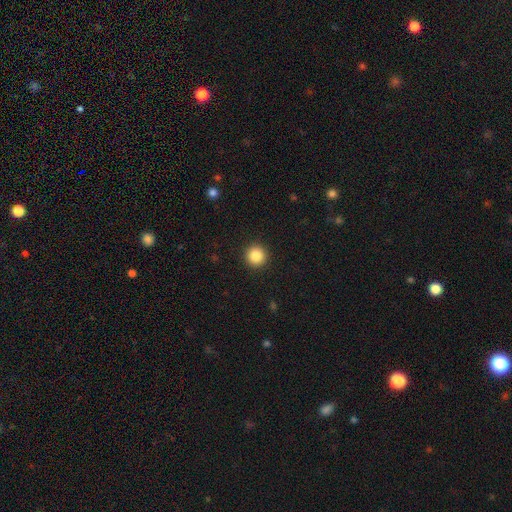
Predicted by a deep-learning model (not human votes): Smooth or featured? Predicted: smooth (p=0.86). How rounded? Predicted: round (p=0.95). Merging? Predicted: none (p=0.93).